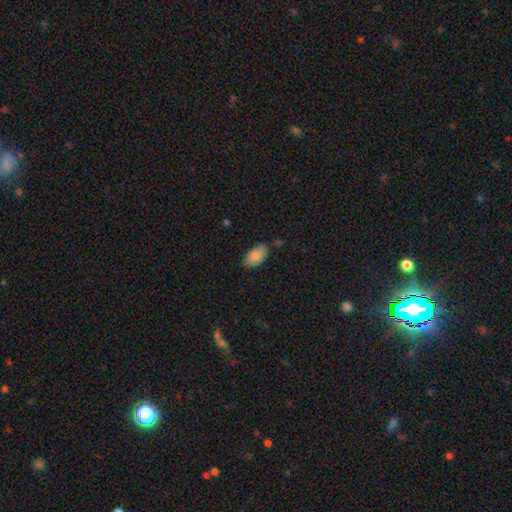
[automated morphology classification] Smooth or featured? Predicted: smooth (p=0.85). How rounded? Predicted: in between (p=0.95). Merging? Predicted: none (p=0.79).